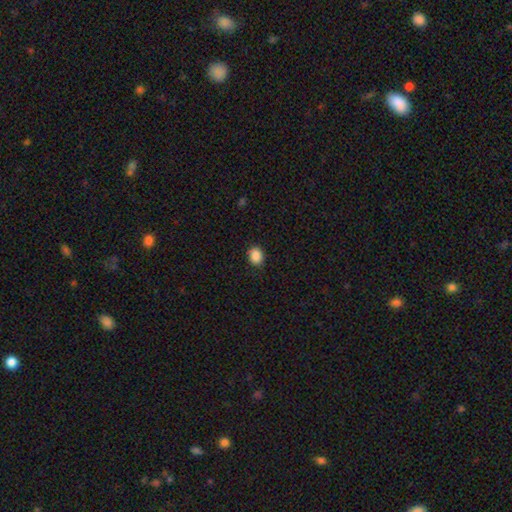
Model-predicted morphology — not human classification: smooth-or-featured: smooth: 88% | star or artifact: 9% | featured or disk: 3%
  how-rounded: in between: 53% | round: 46% | cigar-shaped: 1%
  merging: none: 86% | minor disturbance: 11% | major disturbance: 2% | merger: 1%